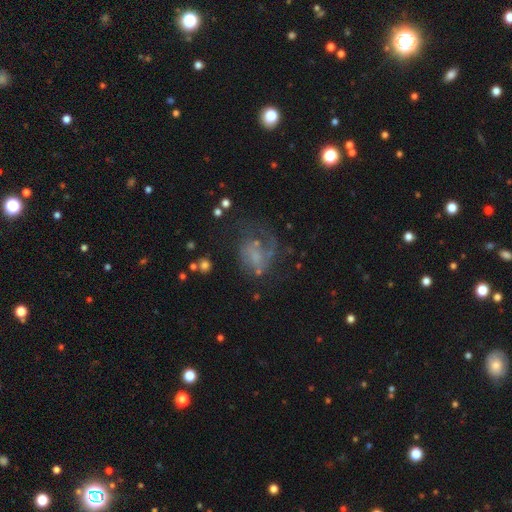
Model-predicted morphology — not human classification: Overall: featured or disk (51%; smooth 32%). Edge-on disk: no (98%). Bar: no (77%). Spiral arms: no (52%; yes 48%). Bulge size: none (52%; small 25%). Merging: major disturbance (41%; none 34%).